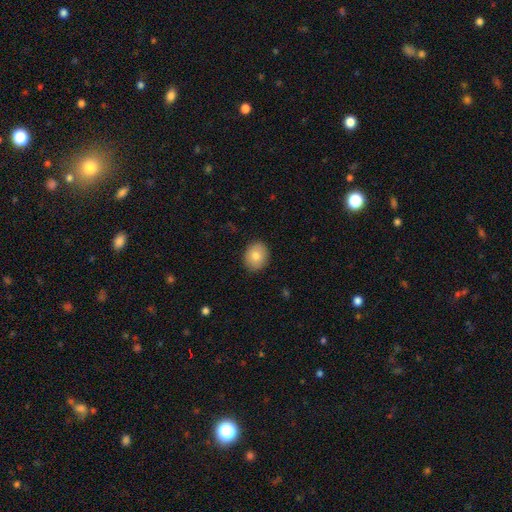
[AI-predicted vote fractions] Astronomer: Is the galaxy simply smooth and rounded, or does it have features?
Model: smooth — 79%.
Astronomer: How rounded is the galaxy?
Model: round — 53% (runner-up: in between, 46%).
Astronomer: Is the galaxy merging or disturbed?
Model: none — 88%.